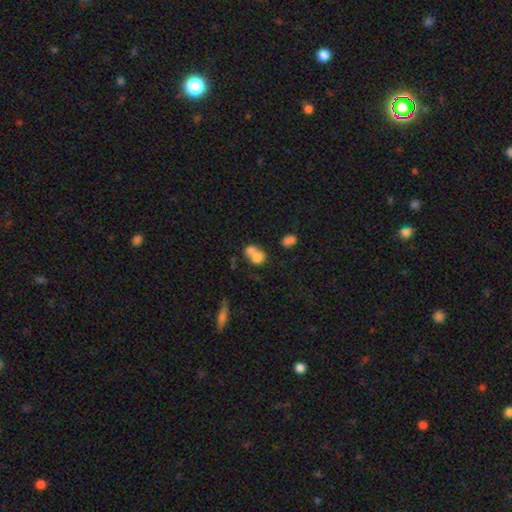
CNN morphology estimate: Smooth or featured?
  - smooth: 71% *
  - featured or disk: 18%
  - star or artifact: 11%
How rounded?
  - round: 50% *
  - in between: 48%
  - cigar-shaped: 2%
Merging?
  - merger: 67% *
  - none: 21%
  - minor disturbance: 7%
  - major disturbance: 5%